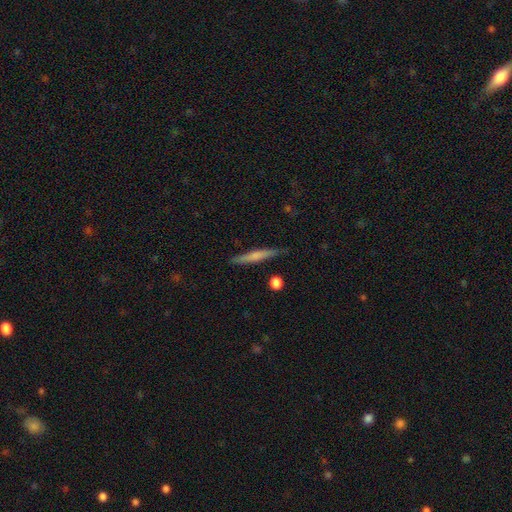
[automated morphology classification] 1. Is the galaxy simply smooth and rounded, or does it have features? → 53% smooth, 41% featured or disk, 6% star or artifact.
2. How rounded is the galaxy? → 94% cigar-shaped, 4% in between, 2% round.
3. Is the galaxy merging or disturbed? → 87% none, 10% minor disturbance, 2% major disturbance, 2% merger.